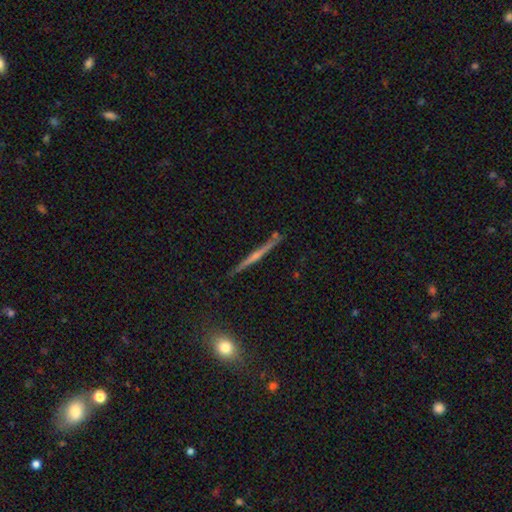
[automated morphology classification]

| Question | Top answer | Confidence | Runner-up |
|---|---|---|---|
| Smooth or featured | featured or disk | 70% | smooth (22%) |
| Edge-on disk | yes | 97% | no (3%) |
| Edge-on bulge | rounded | 58% | none (34%) |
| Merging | none | 85% | minor disturbance (10%) |